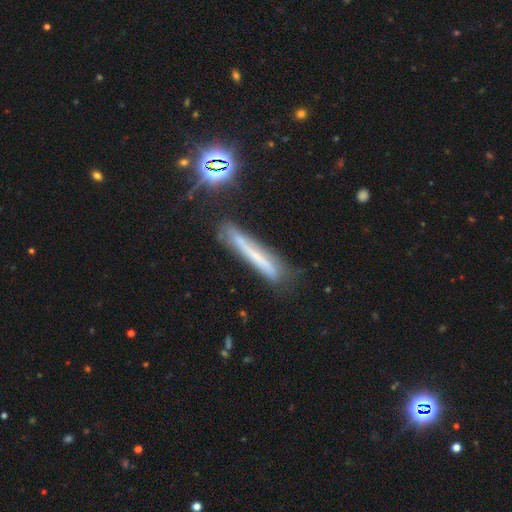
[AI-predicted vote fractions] A smooth galaxy with no disk features (43%, tied with featured or disk).

Vote fractions:
- Smooth or featured? smooth: 43% (tied) / featured or disk: 43% (tied) / star or artifact: 14%
- Merging? none: 67% / minor disturbance: 22% / major disturbance: 7% / merger: 4%